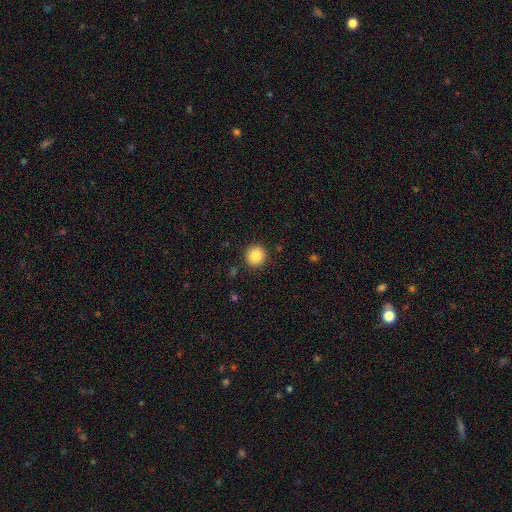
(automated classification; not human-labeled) This appears to be a smooth galaxy with no disk features (86%) that is round (93%). Merging: none (90%).